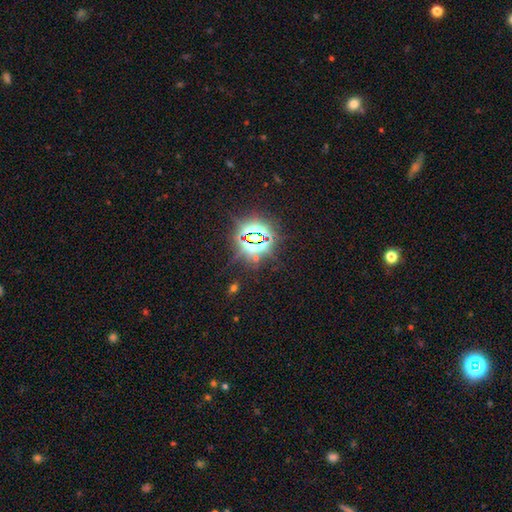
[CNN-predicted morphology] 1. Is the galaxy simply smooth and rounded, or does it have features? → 83% star or artifact, 9% smooth, 7% featured or disk.